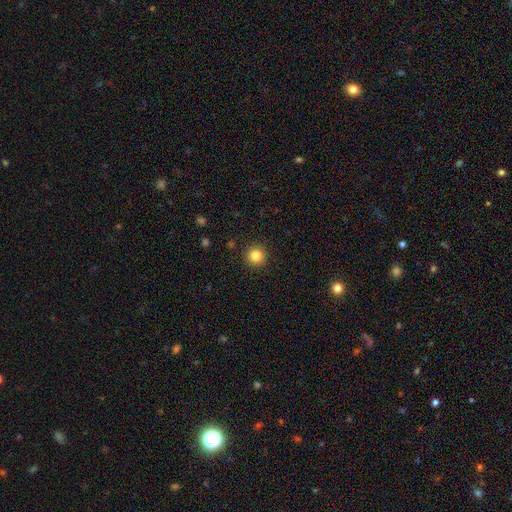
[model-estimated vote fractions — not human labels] Smooth or featured: smooth — 83% (star or artifact — 12%)
How rounded: round — 96% (in between — 3%)
Merging: none — 92% (minor disturbance — 5%)